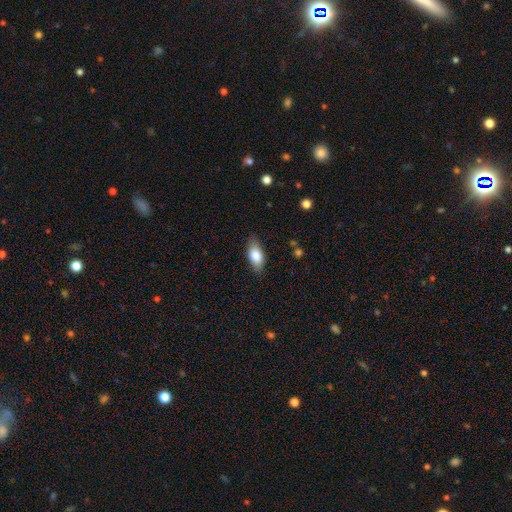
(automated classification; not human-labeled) Smooth or featured? Predicted: smooth (p=0.78). How rounded? Predicted: in between (p=0.86). Merging? Predicted: none (p=0.82).